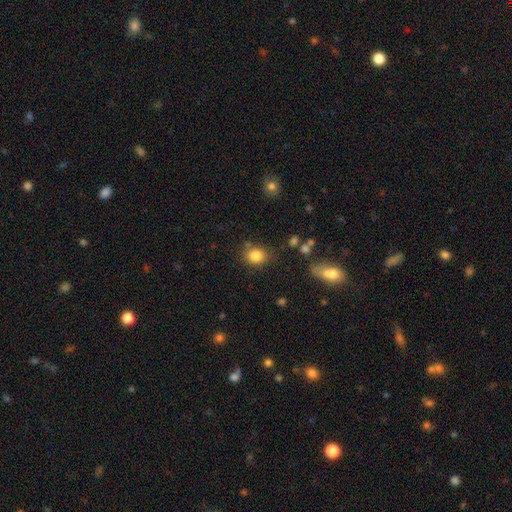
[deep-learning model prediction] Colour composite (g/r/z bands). It shows a smooth galaxy with no disk features (83%) that is round (59%). Merging: none (74%).